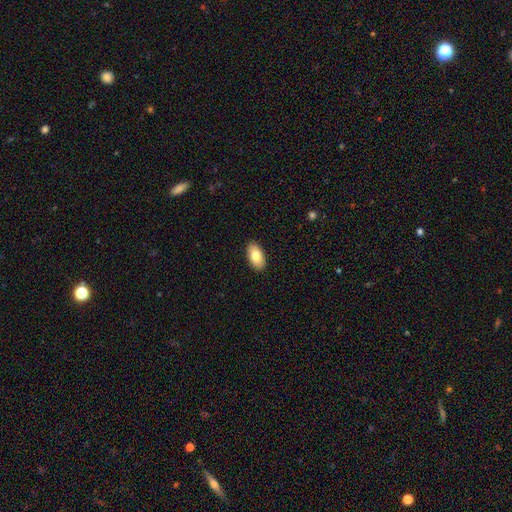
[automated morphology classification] Smooth or featured? Predicted: smooth (p=0.78). How rounded? Predicted: in between (p=0.94). Merging? Predicted: none (p=0.90).